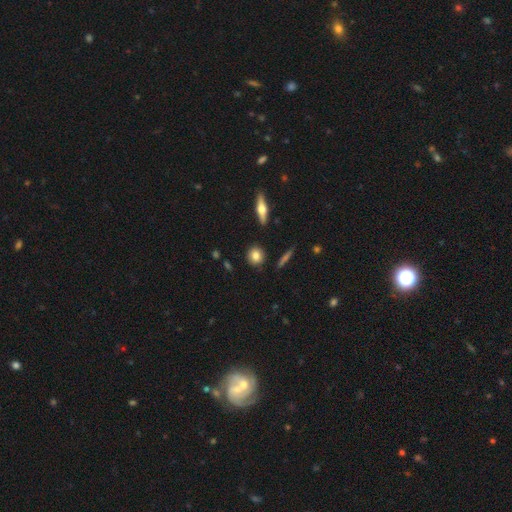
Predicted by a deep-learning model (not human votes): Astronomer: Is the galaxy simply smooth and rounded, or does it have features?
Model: smooth — 81%.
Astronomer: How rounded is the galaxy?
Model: round — 80%.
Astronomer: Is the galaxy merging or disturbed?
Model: none — 88%.